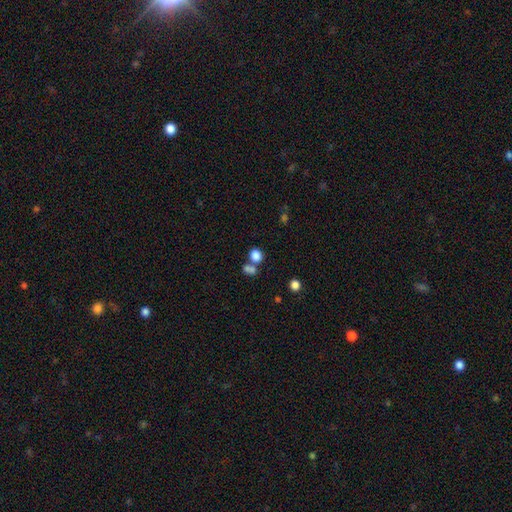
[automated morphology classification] A smooth galaxy with no disk features (81%) that is round (64%). Merging: none (46%).